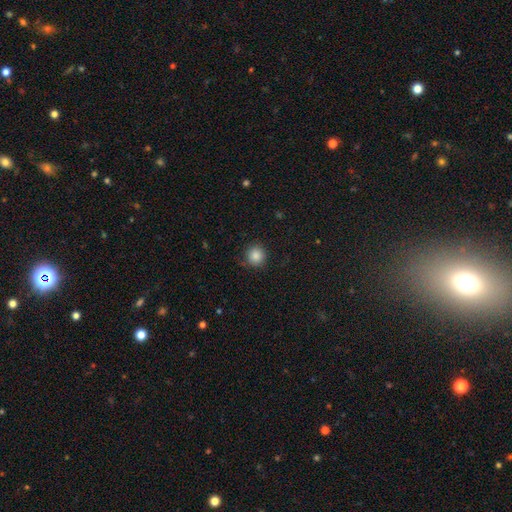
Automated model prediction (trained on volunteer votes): smooth_or_featured: smooth (p=0.86) [alt: star or artifact p=0.10]
how_rounded: round (p=0.94) [alt: in between p=0.05]
merging: none (p=0.84) [alt: minor disturbance p=0.11]